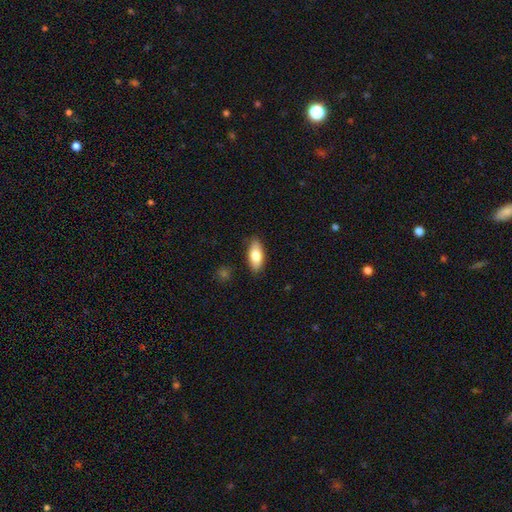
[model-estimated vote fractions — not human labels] This appears to be a smooth galaxy with no disk features (80%) that is in between round and cigar-shaped (83%). Merging: none (86%).